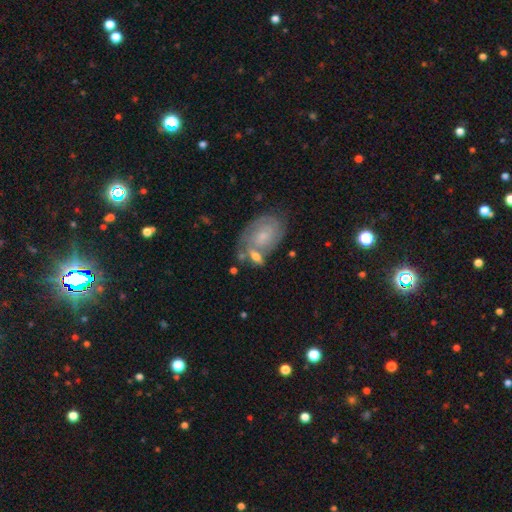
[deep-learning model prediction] This appears to be a featured or disk galaxy (59%) with no bar (70%), spiral arms (80%) and a small central bulge (55%). Merging: none (48%).